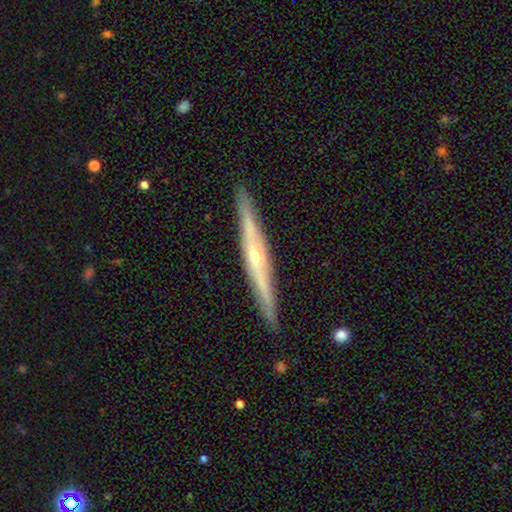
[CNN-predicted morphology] smooth-or-featured: featured or disk: 77% | smooth: 18% | star or artifact: 6%
  disk-edge-on: yes: 97% | no: 3%
    edge-on-bulge: rounded: 76% | none: 19% | boxy: 5%
  merging: none: 91% | minor disturbance: 7% | major disturbance: 1% | merger: 1%